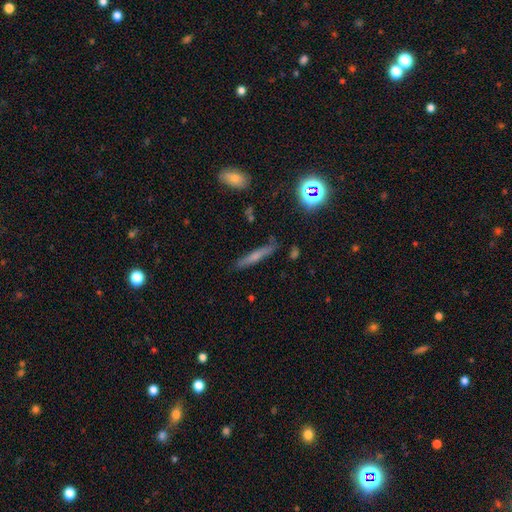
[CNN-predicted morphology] smooth_or_featured: smooth (p=0.51) [alt: featured or disk p=0.36]
how_rounded: cigar-shaped (p=0.90) [alt: in between p=0.07]
merging: none (p=0.81) [alt: minor disturbance p=0.14]